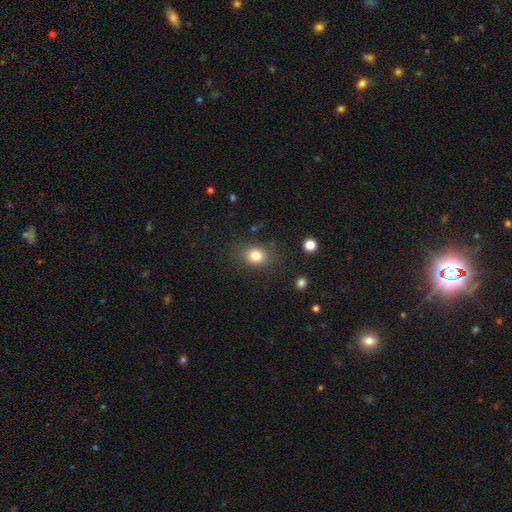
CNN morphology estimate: smooth 81%, star or artifact 11%, featured or disk 8%. Down the decision tree: how rounded — round (52%); merging — none (80%).